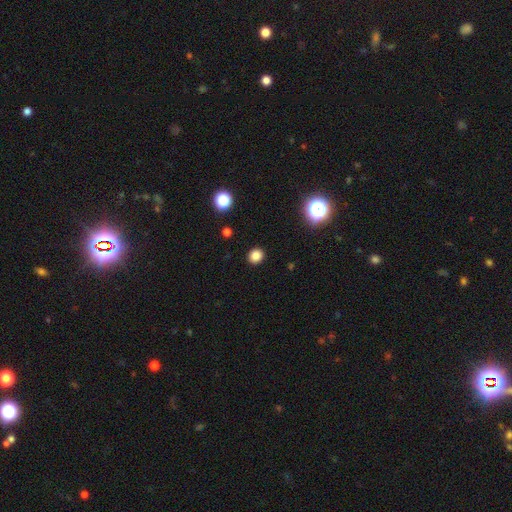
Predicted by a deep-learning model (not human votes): Smooth or featured? smooth (83%)
How rounded? round (85%)
Merging? none (92%)